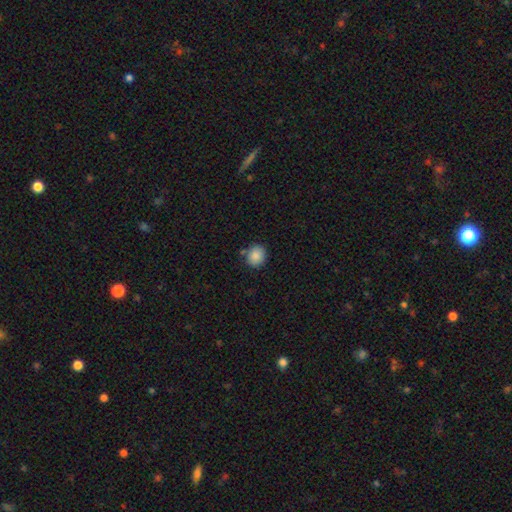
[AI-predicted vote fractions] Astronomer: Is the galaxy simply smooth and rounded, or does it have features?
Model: smooth — 87%.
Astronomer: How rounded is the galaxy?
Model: round — 66%.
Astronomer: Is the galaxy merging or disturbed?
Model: none — 78%.